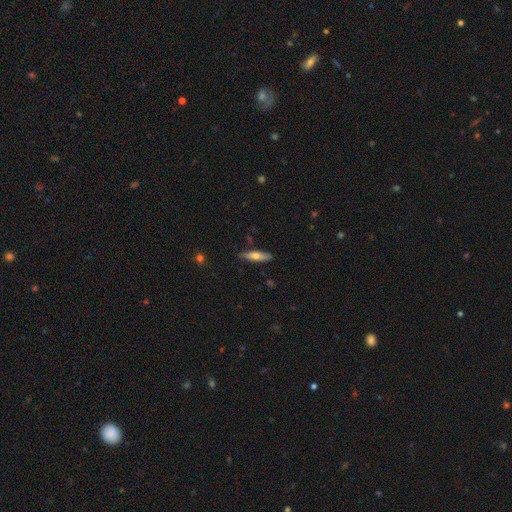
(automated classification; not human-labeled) A smooth galaxy with no disk features (54%) that is cigar-shaped (77%).

Vote fractions:
- Smooth or featured? smooth: 54% / featured or disk: 40% / star or artifact: 6%
- How rounded? cigar-shaped: 77% / in between: 21% / round: 2%
- Merging? none: 85% / minor disturbance: 11% / major disturbance: 2% / merger: 2%